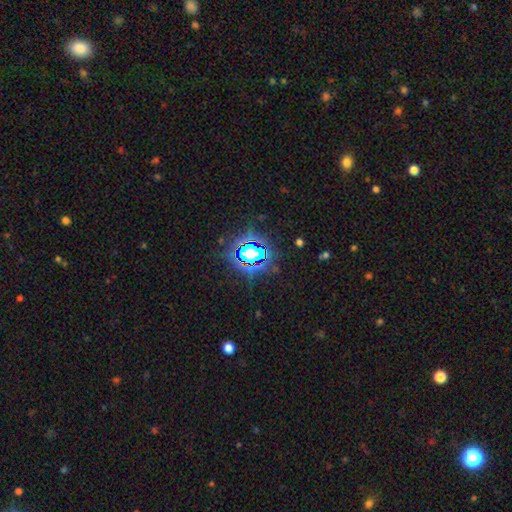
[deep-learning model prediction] Smooth or featured? star or artifact (70%)